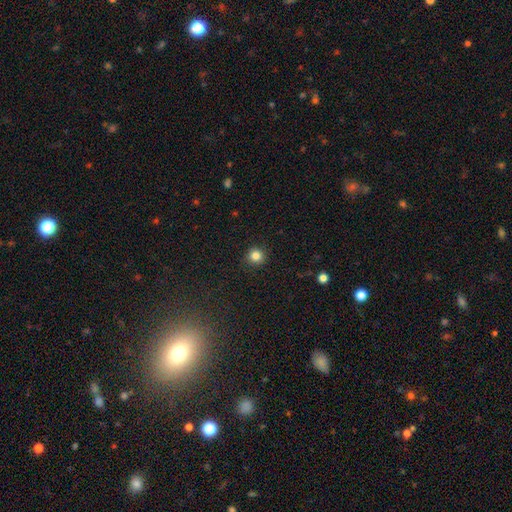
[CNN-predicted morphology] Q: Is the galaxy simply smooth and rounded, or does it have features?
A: smooth — 83%.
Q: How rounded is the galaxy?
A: round — 94%.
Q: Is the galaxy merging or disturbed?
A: none — 91%.